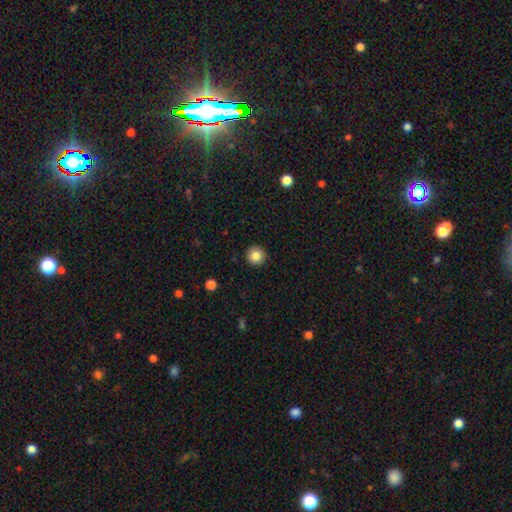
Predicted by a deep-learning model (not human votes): This is clearly a smooth galaxy (85%). How rounded: clearly round (96%). Merging: clearly none (92%).